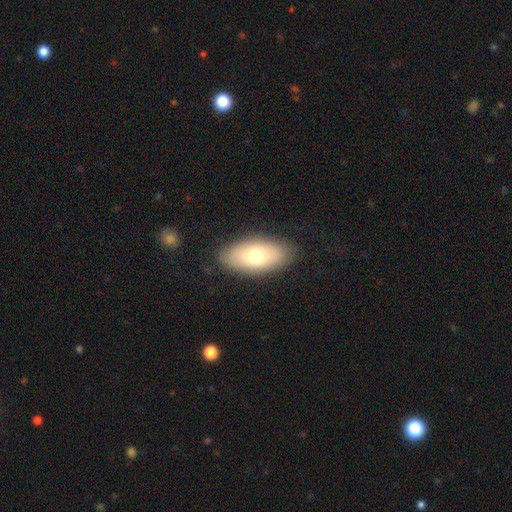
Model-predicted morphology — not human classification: This appears to be a smooth galaxy with no disk features (72%) that is in between round and cigar-shaped (91%). Merging: none (85%).